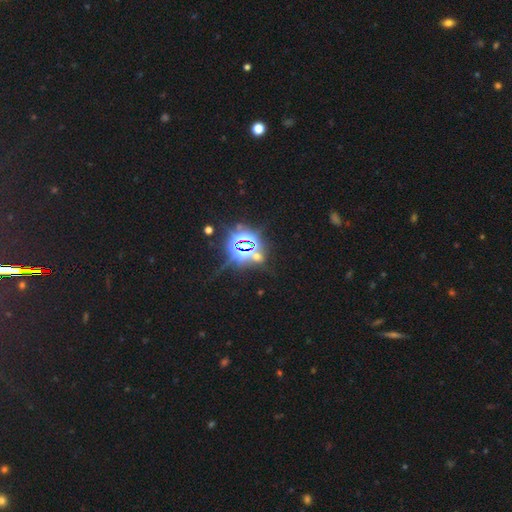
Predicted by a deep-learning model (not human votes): Smooth or featured? star or artifact (78%)